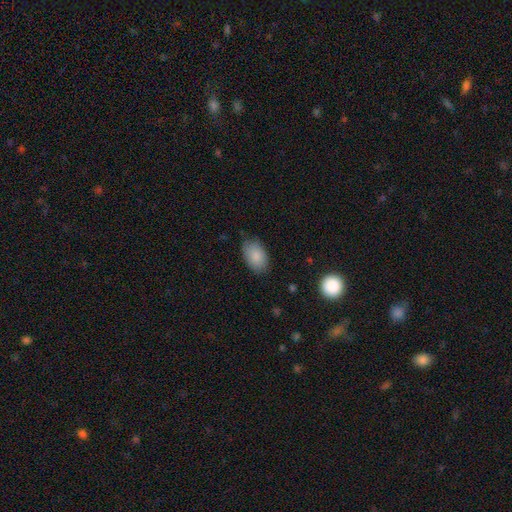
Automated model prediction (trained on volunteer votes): Overall: smooth (86%). How rounded: in between (90%). Merging: none (76%).